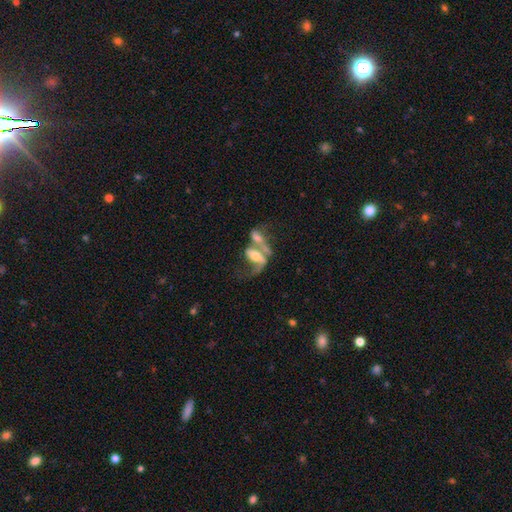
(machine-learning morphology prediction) Overall: featured or disk (61%; smooth 30%). Edge-on disk: no (89%). Bar: no (52%; weak 27%). Spiral arms: yes (64%; no 36%). Bulge size: moderate (44%; small 27%). Merging: merger (62%).